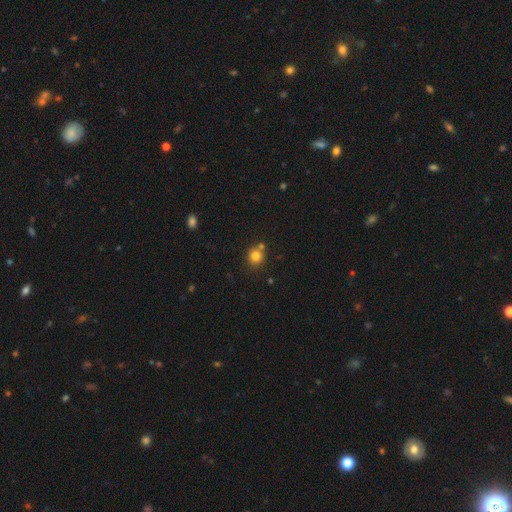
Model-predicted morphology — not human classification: Q: Smooth or featured?
A: smooth (81%); runner-up: star or artifact (12%)
Q: How rounded?
A: round (88%); runner-up: in between (11%)
Q: Merging?
A: none (66%); runner-up: merger (22%)